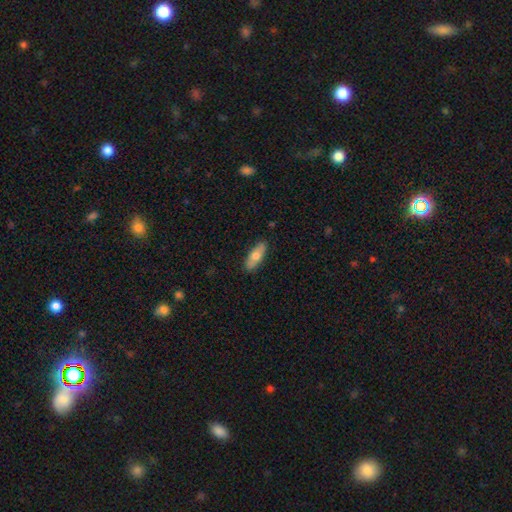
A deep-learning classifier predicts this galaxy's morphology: Smooth or featured?
  - smooth: 66% *
  - featured or disk: 28%
  - star or artifact: 6%
How rounded?
  - in between: 69% *
  - cigar-shaped: 28%
  - round: 3%
Merging?
  - none: 86% *
  - minor disturbance: 11%
  - major disturbance: 2%
  - merger: 1%